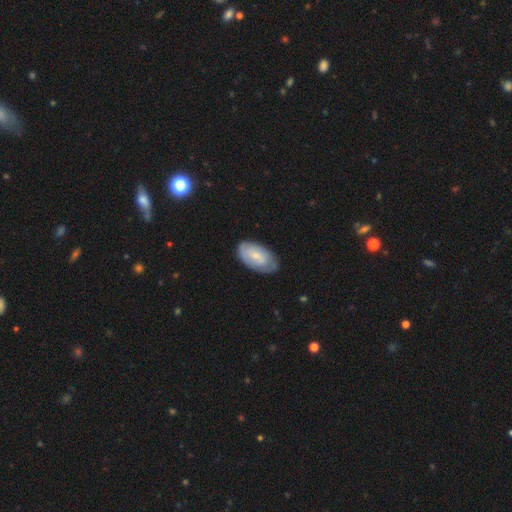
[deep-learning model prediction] A smooth galaxy with no disk features (52%) that is in between round and cigar-shaped (94%).

Vote fractions:
- Smooth or featured? smooth: 52% / featured or disk: 43% / star or artifact: 6%
- How rounded? in between: 94% / round: 4% / cigar-shaped: 2%
- Merging? none: 72% / minor disturbance: 22% / major disturbance: 5% / merger: 1%